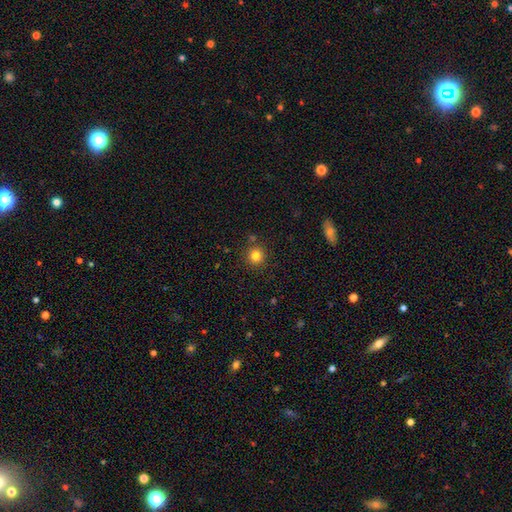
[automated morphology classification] smooth 82%, star or artifact 12%, featured or disk 5%. Down the decision tree: how rounded — round (94%); merging — none (85%).